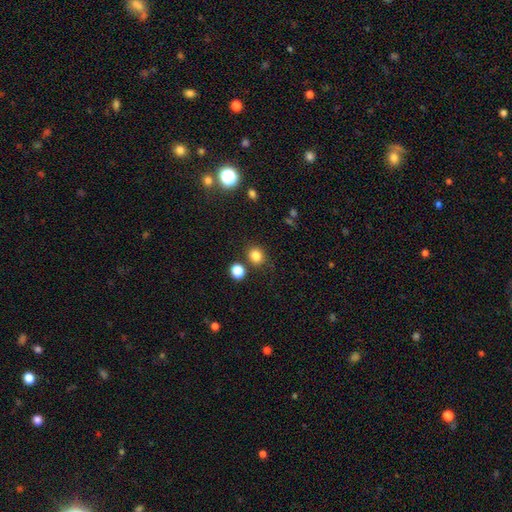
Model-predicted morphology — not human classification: This appears to be a smooth galaxy with no disk features (83%) that is round (76%). Merging: none (79%).